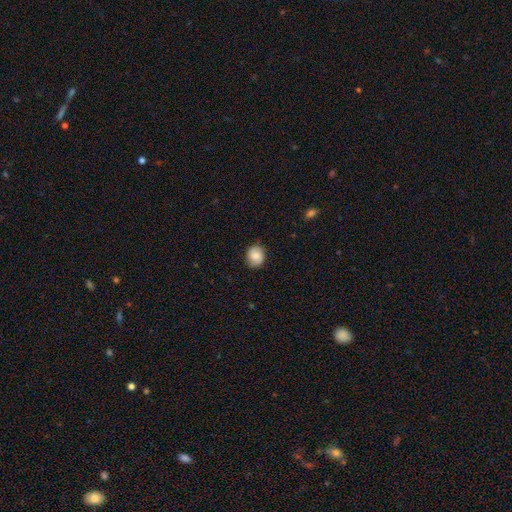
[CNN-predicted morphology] Q: Smooth or featured?
A: smooth (81%); runner-up: featured or disk (11%)
Q: How rounded?
A: round (64%); runner-up: in between (35%)
Q: Merging?
A: none (84%); runner-up: minor disturbance (12%)